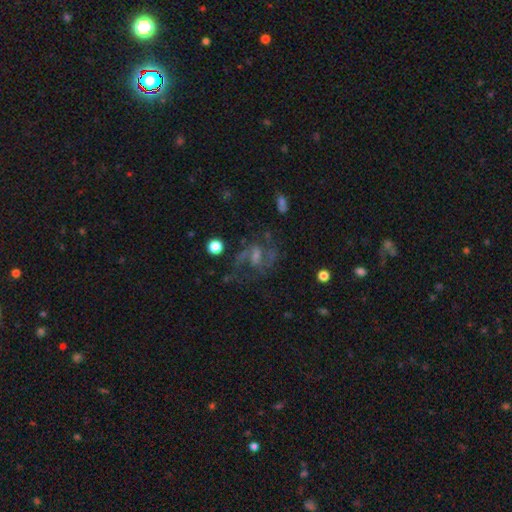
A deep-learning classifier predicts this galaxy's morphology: Smooth or featured: featured or disk — 70% (star or artifact — 20%)
Edge-on disk: no — 96% (yes — 4%)
Bar: weak — 52% (no — 27%)
Spiral arms: yes — 90% (no — 10%)
Spiral winding: medium — 52% (loose — 32%)
Spiral arm count: 2 — 76% (can't tell — 12%)
Bulge size: small — 45% (moderate — 32%)
Merging: none — 64% (major disturbance — 17%)